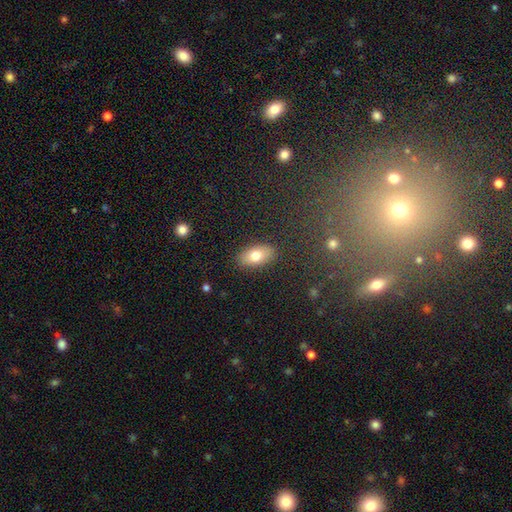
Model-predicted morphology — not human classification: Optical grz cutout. It shows a smooth galaxy with no disk features (75%) that is in between round and cigar-shaped (91%). Merging: none (87%).